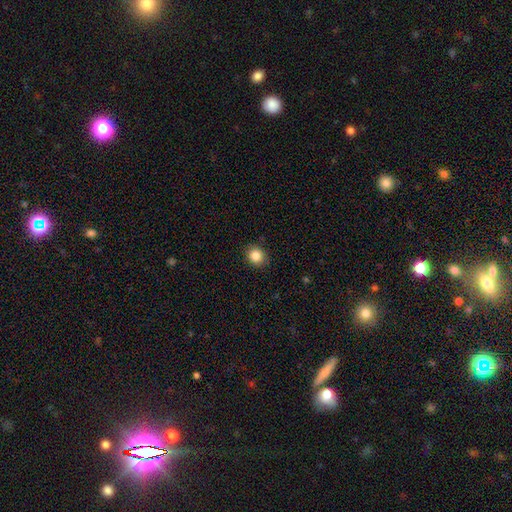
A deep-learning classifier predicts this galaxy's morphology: type=smooth (85%); roundness=round (80%); merging=none (89%).